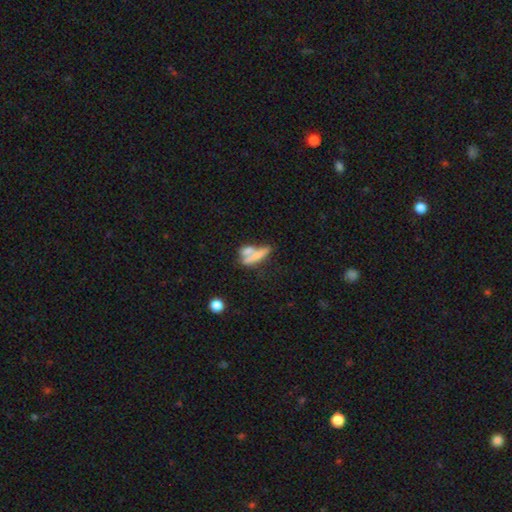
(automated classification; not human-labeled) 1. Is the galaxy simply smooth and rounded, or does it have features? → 57% smooth, 32% featured or disk, 11% star or artifact.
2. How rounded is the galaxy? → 58% cigar-shaped, 34% in between, 8% round.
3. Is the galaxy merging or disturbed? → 51% merger, 30% none, 10% minor disturbance, 9% major disturbance.